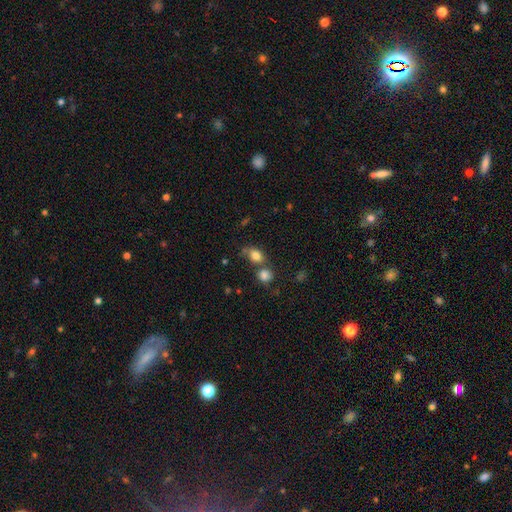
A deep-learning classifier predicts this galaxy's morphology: The model was most divided on "merging": none: 46%, merger: 30%, minor disturbance: 17%, major disturbance: 7%. More confident: smooth or featured — smooth (80%); how rounded — in between (64%).